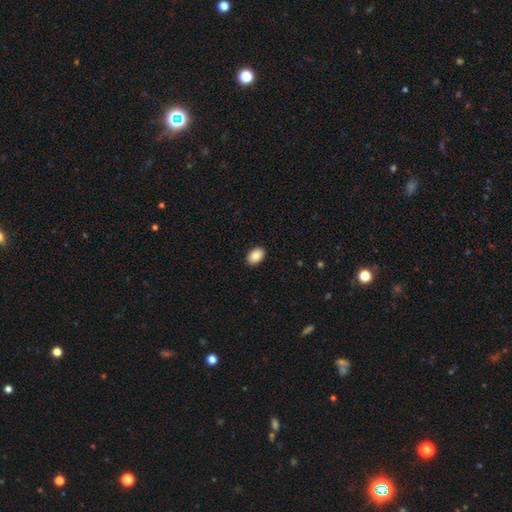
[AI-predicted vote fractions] The model was most divided on "how rounded": in between: 85%, round: 14%, cigar-shaped: 1%. More confident: merging — none (90%); smooth or featured — smooth (88%).